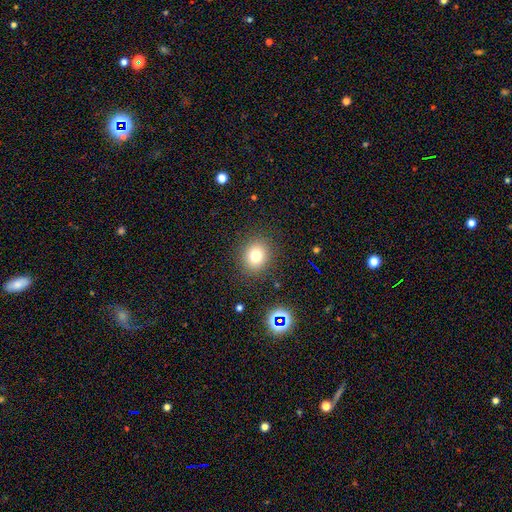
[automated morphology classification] Q: Smooth or featured?
A: smooth (76%); runner-up: star or artifact (15%)
Q: How rounded?
A: round (73%); runner-up: in between (26%)
Q: Merging?
A: none (87%); runner-up: minor disturbance (8%)